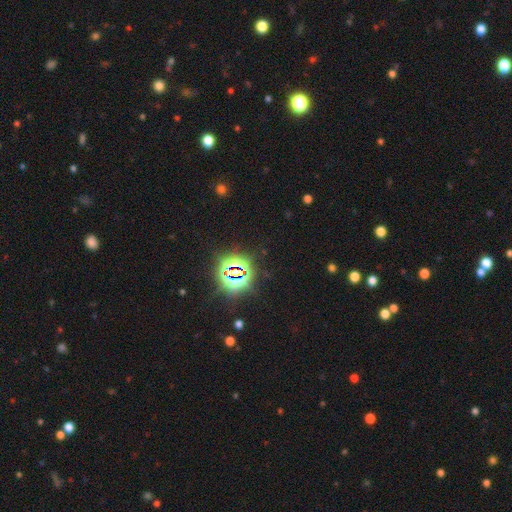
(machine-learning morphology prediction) A star or artifact, not a galaxy (80%).

Vote fractions:
- Smooth or featured? star or artifact: 80% / smooth: 13% / featured or disk: 7%